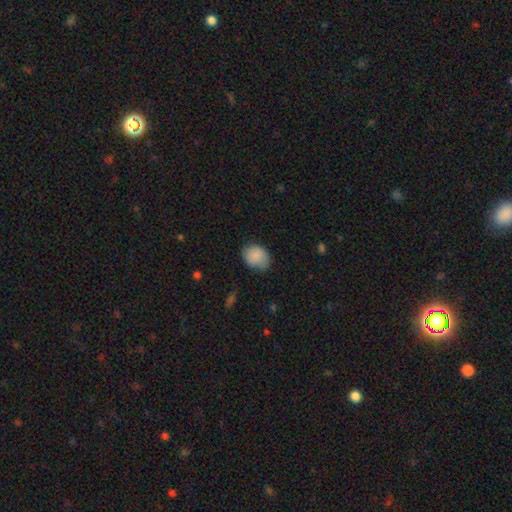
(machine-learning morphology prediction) Smooth or featured? Predicted: smooth (p=0.86). How rounded? Predicted: in between (p=0.50). Merging? Predicted: none (p=0.67).